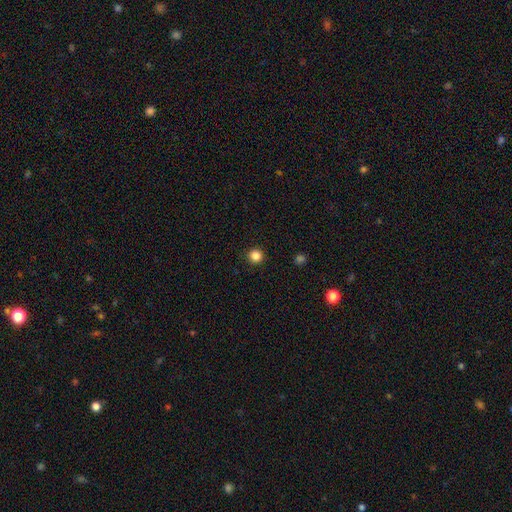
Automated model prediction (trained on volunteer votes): Morphology: type=smooth (85%); roundness=round (96%); merging=none (93%).